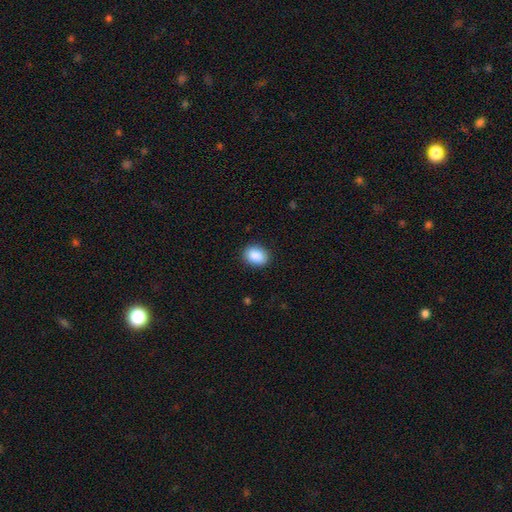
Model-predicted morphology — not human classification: smooth 90%, star or artifact 7%, featured or disk 3%. Down the decision tree: how rounded — in between (59%); merging — none (88%).